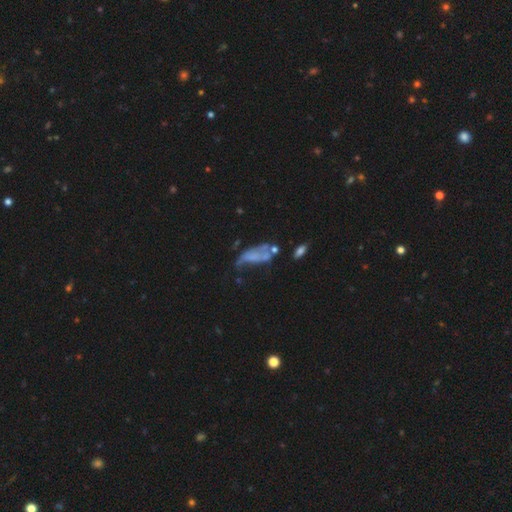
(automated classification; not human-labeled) smooth-or-featured: featured or disk: 47% | smooth: 39% | star or artifact: 14%
  merging: major disturbance: 35% | none: 23% | minor disturbance: 22% | merger: 20%